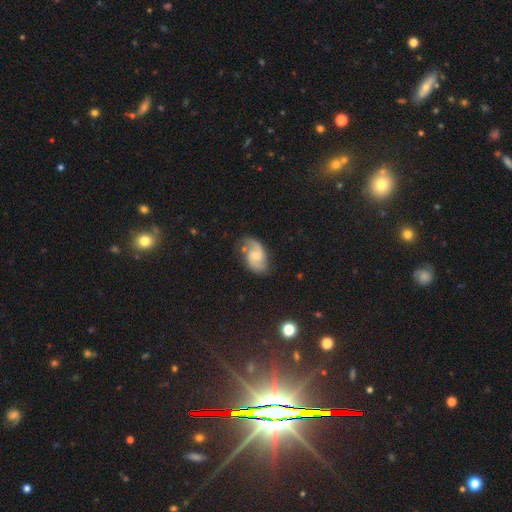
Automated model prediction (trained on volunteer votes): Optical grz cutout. It shows a featured or disk galaxy (81%) with no bar (50%), 2 (89%) medium (50%) spiral arms (96%) and a moderate central bulge (46%, tied with small). Merging: none (71%).